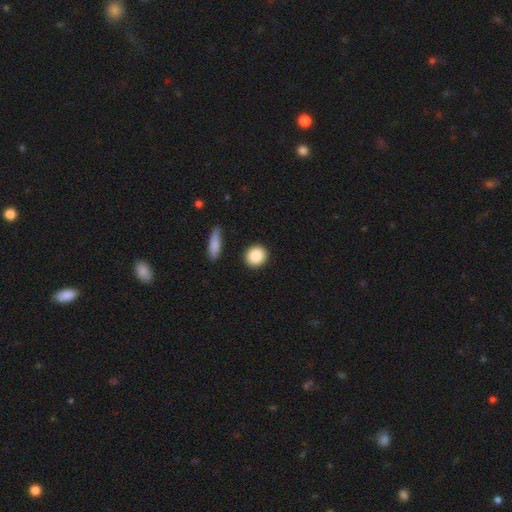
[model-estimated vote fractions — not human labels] Smooth or featured? Predicted: smooth (p=0.87). How rounded? Predicted: round (p=0.84). Merging? Predicted: none (p=0.89).